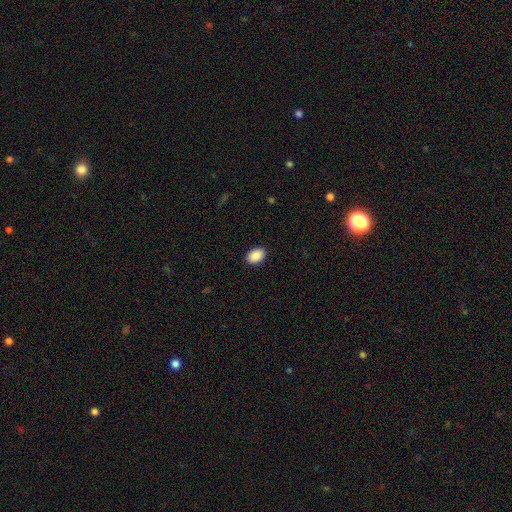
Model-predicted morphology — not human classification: smooth 91%, star or artifact 7%, featured or disk 3%. Down the decision tree: how rounded — in between (86%); merging — none (90%).